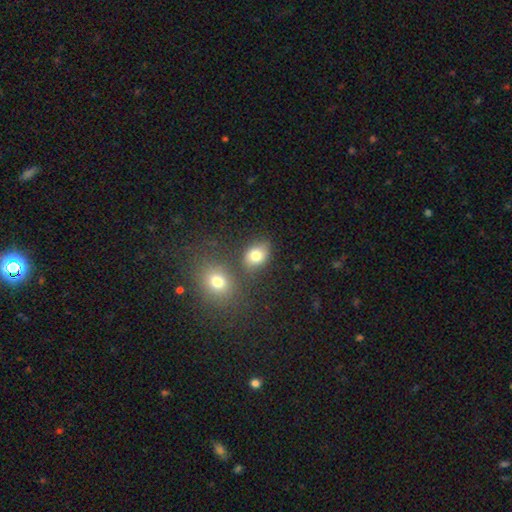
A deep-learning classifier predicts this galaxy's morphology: smooth_or_featured: smooth (p=0.78) [alt: star or artifact p=0.12]
how_rounded: in between (p=0.60) [alt: round p=0.38]
merging: none (p=0.70) [alt: minor disturbance p=0.13]